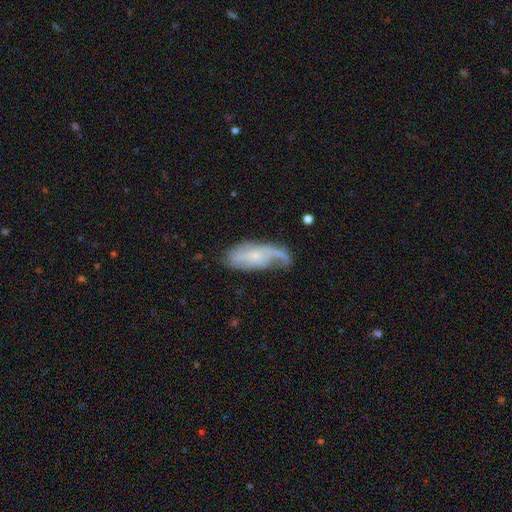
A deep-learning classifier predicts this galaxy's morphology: Smooth or featured? featured or disk (64%)
Edge-on disk? no (91%)
Bar? no (67%)
Spiral arms? yes (84%)
Bulge size? small (66%)
Merging? none (41%)